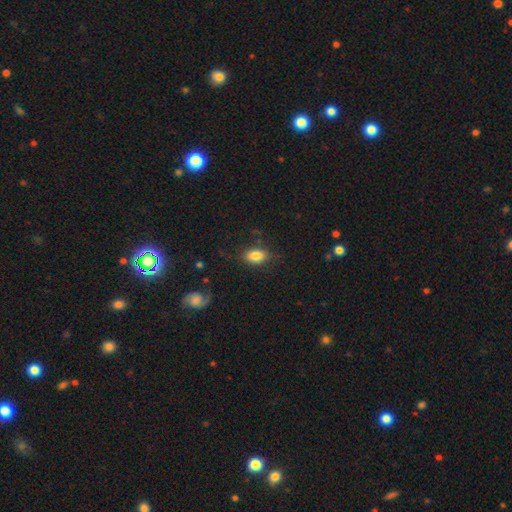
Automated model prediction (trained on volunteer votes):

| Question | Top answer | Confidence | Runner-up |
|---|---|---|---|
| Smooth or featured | smooth | 82% | featured or disk (10%) |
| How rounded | in between | 87% | round (10%) |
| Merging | none | 77% | minor disturbance (16%) |